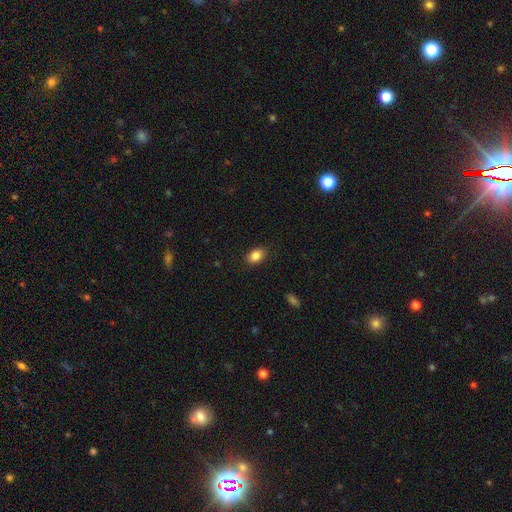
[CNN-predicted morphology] Q: Smooth or featured?
A: smooth (85%); runner-up: star or artifact (9%)
Q: How rounded?
A: in between (79%); runner-up: round (19%)
Q: Merging?
A: none (87%); runner-up: minor disturbance (10%)